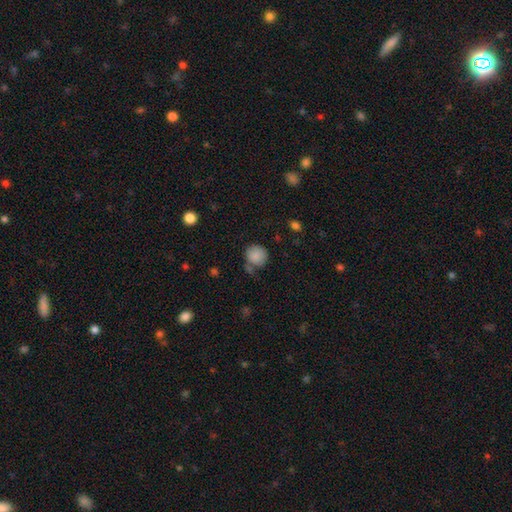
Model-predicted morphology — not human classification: A smooth galaxy with no disk features (87%) that is round (87%).

Vote fractions:
- Smooth or featured? smooth: 87% / star or artifact: 8% / featured or disk: 5%
- How rounded? round: 87% / in between: 12% / cigar-shaped: 1%
- Merging? none: 67% / minor disturbance: 17% / merger: 10% / major disturbance: 6%